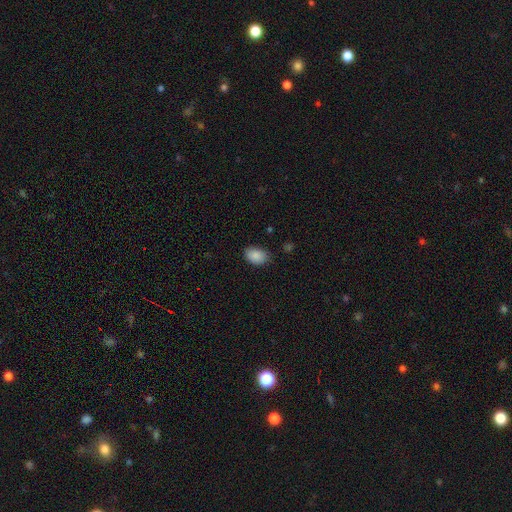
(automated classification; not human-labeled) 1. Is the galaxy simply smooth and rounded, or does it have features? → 88% smooth, 8% star or artifact, 4% featured or disk.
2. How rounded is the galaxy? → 82% in between, 17% round, 1% cigar-shaped.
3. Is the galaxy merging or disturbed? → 77% none, 18% minor disturbance, 3% major disturbance, 1% merger.